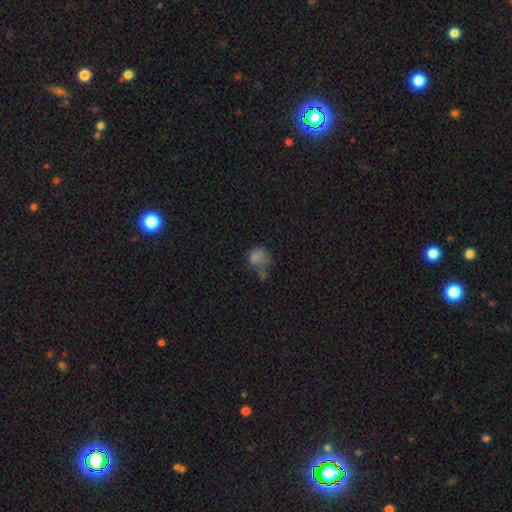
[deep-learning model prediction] smooth_or_featured: smooth (p=0.67) [alt: star or artifact p=0.21]
how_rounded: round (p=0.63) [alt: in between p=0.35]
merging: none (p=0.35) [alt: merger p=0.26]